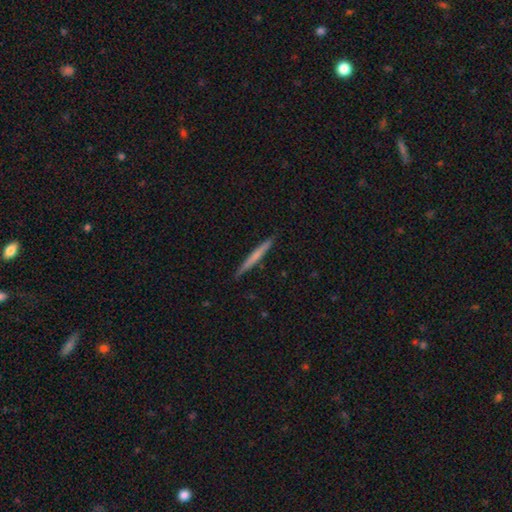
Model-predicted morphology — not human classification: A smooth galaxy with no disk features (55%) that is cigar-shaped (97%).

Vote fractions:
- Smooth or featured? smooth: 55% / featured or disk: 40% / star or artifact: 5%
- How rounded? cigar-shaped: 97% / in between: 2% / round: 1%
- Merging? none: 90% / minor disturbance: 7% / major disturbance: 1% / merger: 1%